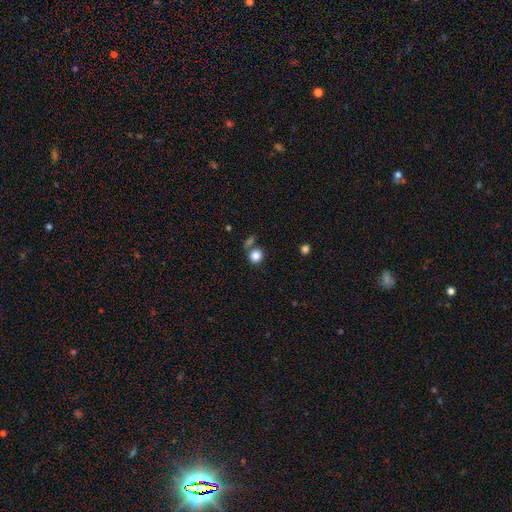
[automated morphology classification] Overall: smooth (83%). How rounded: round (84%). Merging: none (67%).